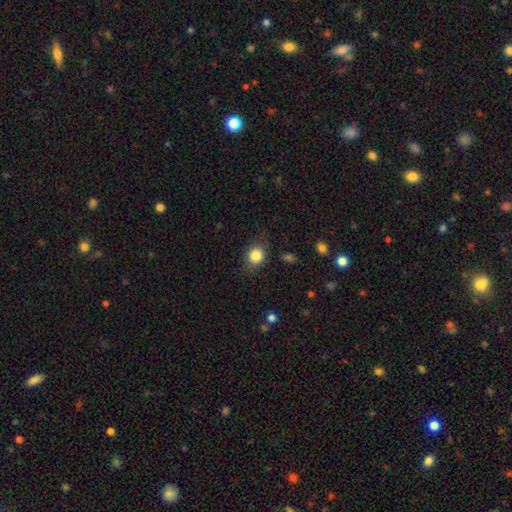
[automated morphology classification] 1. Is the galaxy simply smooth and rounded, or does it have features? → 84% smooth, 9% star or artifact, 7% featured or disk.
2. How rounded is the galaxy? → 55% round, 43% in between, 1% cigar-shaped.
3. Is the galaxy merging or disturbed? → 77% none, 17% minor disturbance, 5% major disturbance, 1% merger.